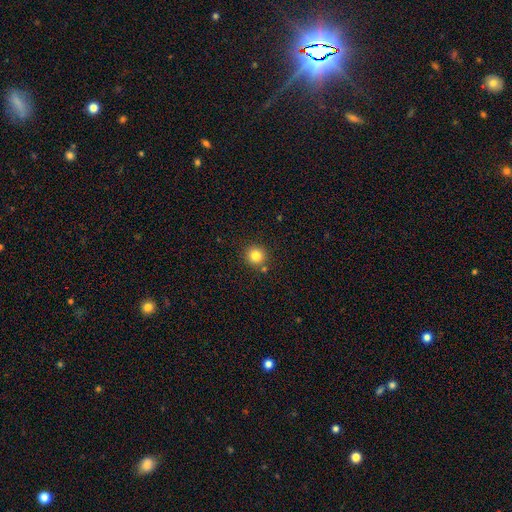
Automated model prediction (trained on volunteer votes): A smooth galaxy with no disk features (82%) that is round (94%).

Vote fractions:
- Smooth or featured? smooth: 82% / star or artifact: 12% / featured or disk: 6%
- How rounded? round: 94% / in between: 5% / cigar-shaped: 1%
- Merging? none: 85% / minor disturbance: 7% / merger: 6% / major disturbance: 2%